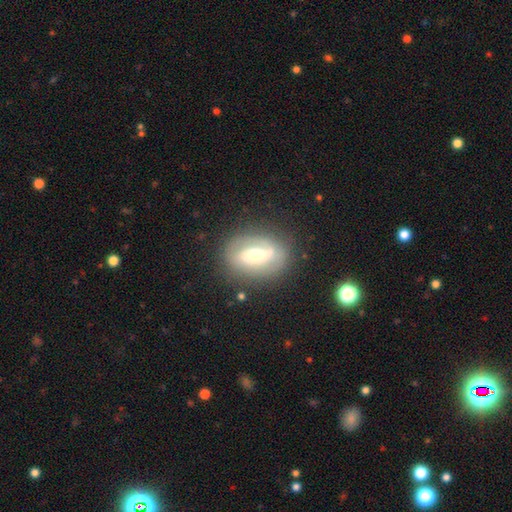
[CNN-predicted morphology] This is likely a featured or disk galaxy (68%). It is clearly not viewed edge-on (93%). Bar: marginally strong (41%). Spiral arm pattern: likely yes (76%). Central bulge: possibly moderate (48%). Merging: likely none (71%).